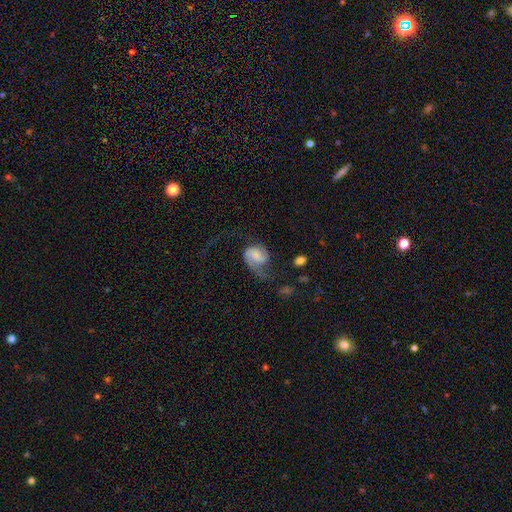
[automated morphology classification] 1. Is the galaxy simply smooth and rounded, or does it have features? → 56% featured or disk, 36% smooth, 8% star or artifact.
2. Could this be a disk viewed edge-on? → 98% no, 2% yes.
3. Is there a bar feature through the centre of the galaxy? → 61% no, 31% weak, 7% strong.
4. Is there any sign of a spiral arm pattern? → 89% yes, 11% no.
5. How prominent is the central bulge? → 33% none, 23% small, 22% moderate, 15% large, 6% dominant.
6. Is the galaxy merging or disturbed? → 43% major disturbance, 31% none, 22% minor disturbance, 3% merger.